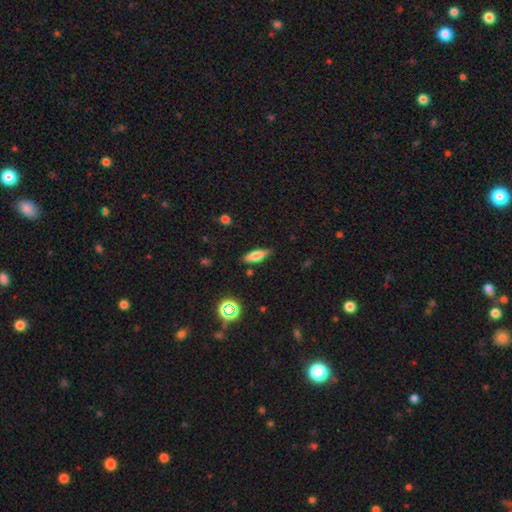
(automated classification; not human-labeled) smooth-or-featured: smooth: 67% | featured or disk: 23% | star or artifact: 10%
  how-rounded: in between: 53% | cigar-shaped: 44% | round: 3%
  merging: none: 82% | minor disturbance: 13% | major disturbance: 3% | merger: 2%